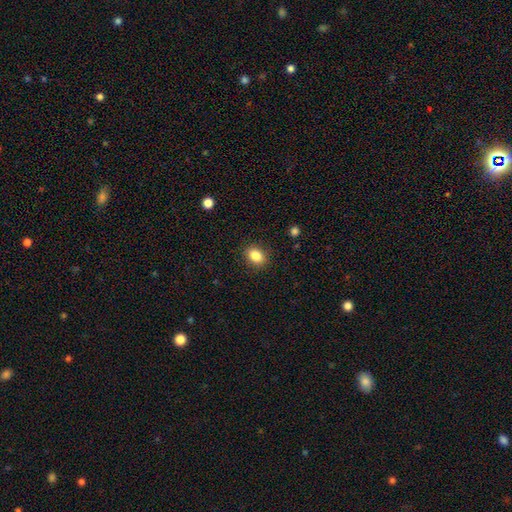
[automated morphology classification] smooth 86%, star or artifact 9%, featured or disk 5%. Down the decision tree: how rounded — in between (63%); merging — none (89%).